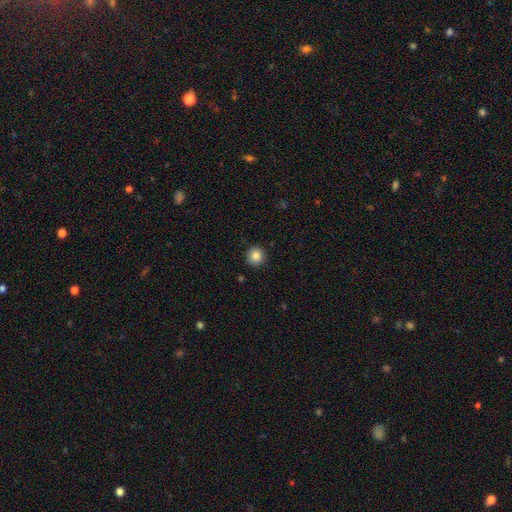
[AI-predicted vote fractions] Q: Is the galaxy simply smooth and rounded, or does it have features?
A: smooth — 85%.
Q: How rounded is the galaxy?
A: round — 94%.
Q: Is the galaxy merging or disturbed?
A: none — 91%.